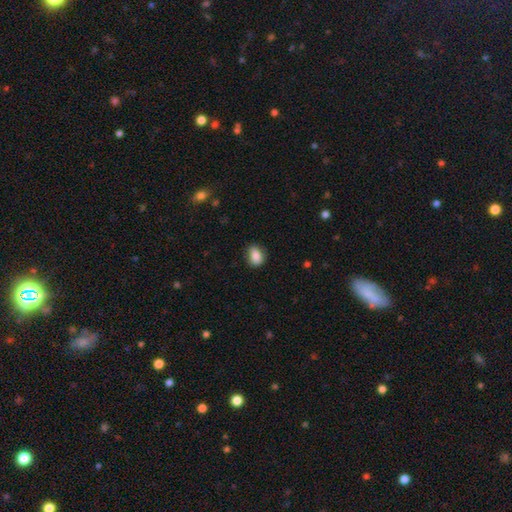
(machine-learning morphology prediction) Smooth or featured: smooth — 84% (featured or disk — 8%)
How rounded: in between — 69% (round — 29%)
Merging: none — 80% (minor disturbance — 16%)